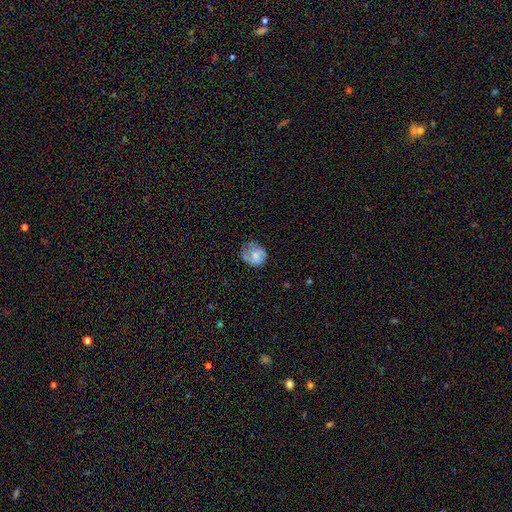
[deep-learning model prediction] Smooth or featured? Predicted: smooth (p=0.54). How rounded? Predicted: round (p=0.67). Merging? Predicted: none (p=0.56).